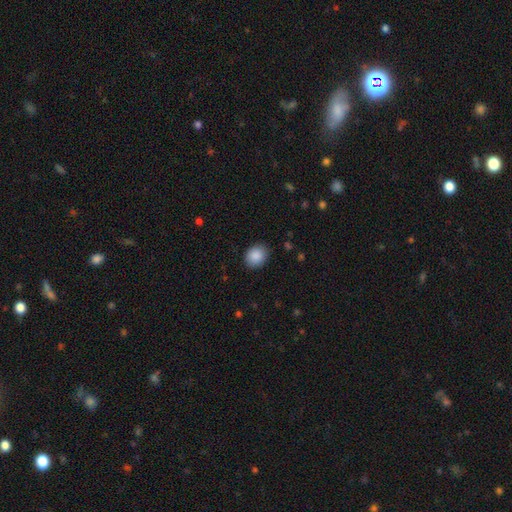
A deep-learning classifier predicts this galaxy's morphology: The model was most divided on "how rounded": round: 63%, in between: 36%, cigar-shaped: 1%. More confident: smooth or featured — smooth (89%); merging — none (87%).